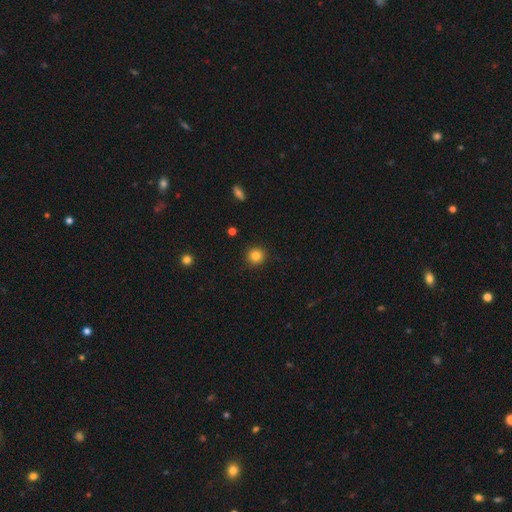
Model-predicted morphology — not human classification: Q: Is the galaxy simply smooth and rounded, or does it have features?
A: smooth — 84%.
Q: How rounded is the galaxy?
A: round — 94%.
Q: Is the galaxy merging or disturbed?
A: none — 92%.